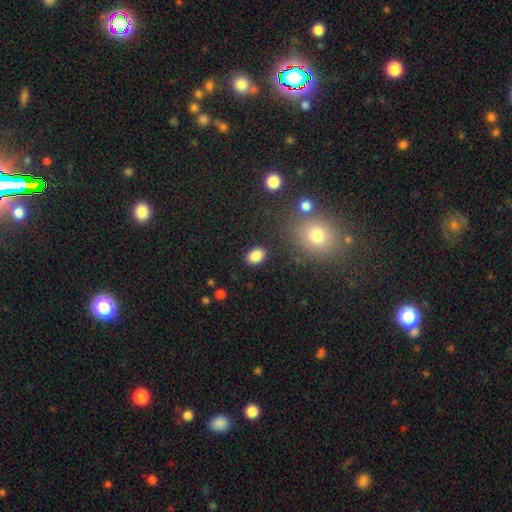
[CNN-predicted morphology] type=smooth (86%); roundness=in between (73%); merging=none (87%).